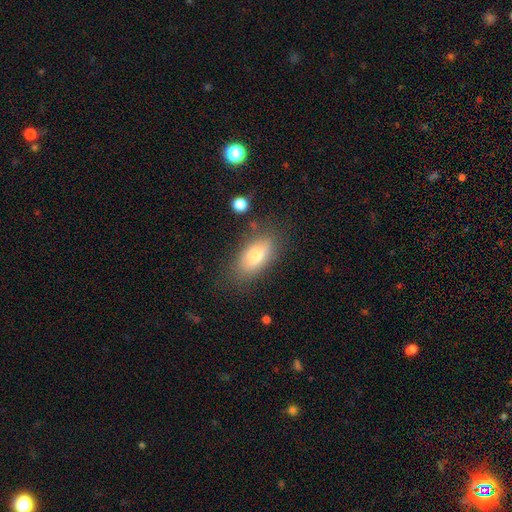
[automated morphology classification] smooth 73%, featured or disk 19%, star or artifact 8%. Down the decision tree: how rounded — in between (87%); merging — none (76%).